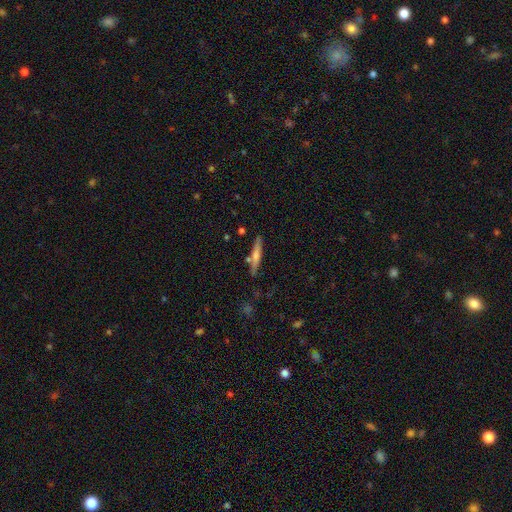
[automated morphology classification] Smooth or featured? Predicted: smooth (p=0.52). How rounded? Predicted: cigar-shaped (p=0.91). Merging? Predicted: none (p=0.81).